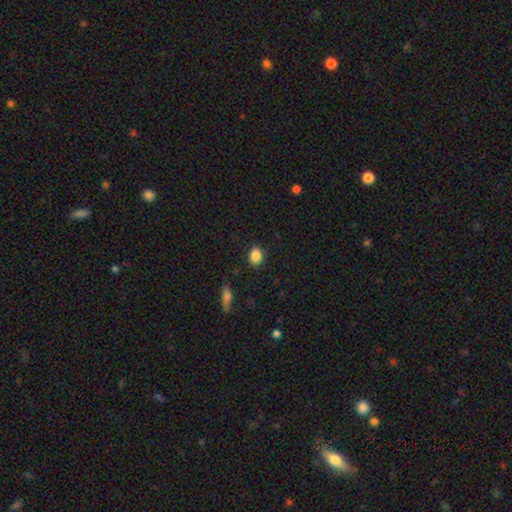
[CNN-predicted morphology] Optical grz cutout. It shows a smooth galaxy with no disk features (85%) that is round (53%). Merging: none (88%).